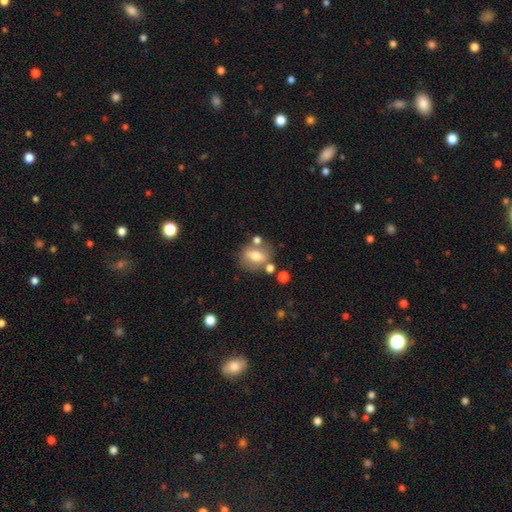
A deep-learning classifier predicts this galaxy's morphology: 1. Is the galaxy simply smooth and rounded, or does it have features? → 62% smooth, 29% featured or disk, 10% star or artifact.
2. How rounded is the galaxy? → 59% in between, 37% round, 4% cigar-shaped.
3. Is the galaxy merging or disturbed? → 64% none, 15% merger, 15% minor disturbance, 6% major disturbance.